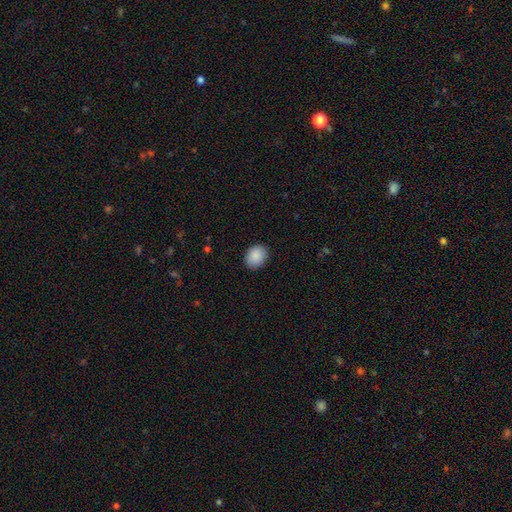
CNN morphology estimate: smooth 89%, star or artifact 7%, featured or disk 3%. Down the decision tree: how rounded — in between (64%); merging — none (88%).